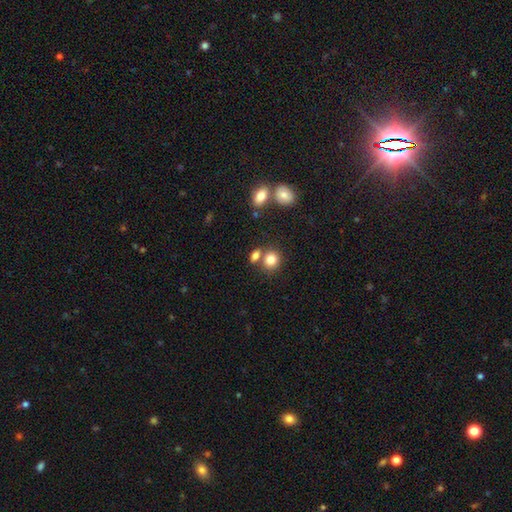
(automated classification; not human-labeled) Smooth or featured? Predicted: smooth (p=0.81). How rounded? Predicted: round (p=0.58). Merging? Predicted: none (p=0.56).